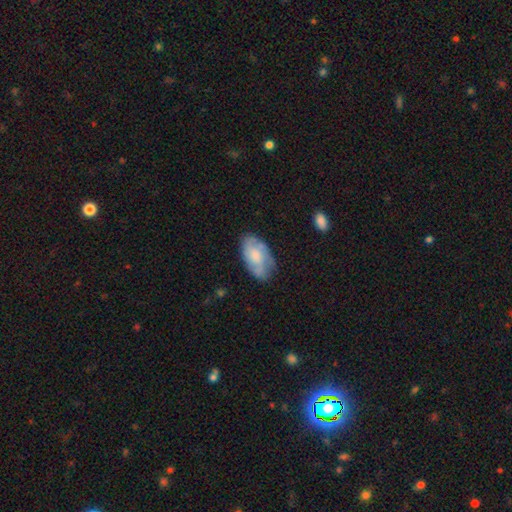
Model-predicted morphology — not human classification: Smooth or featured?
  - smooth: 51% *
  - featured or disk: 42%
  - star or artifact: 7%
How rounded?
  - in between: 94% *
  - round: 4%
  - cigar-shaped: 2%
Merging?
  - none: 68% *
  - minor disturbance: 23%
  - major disturbance: 7%
  - merger: 2%